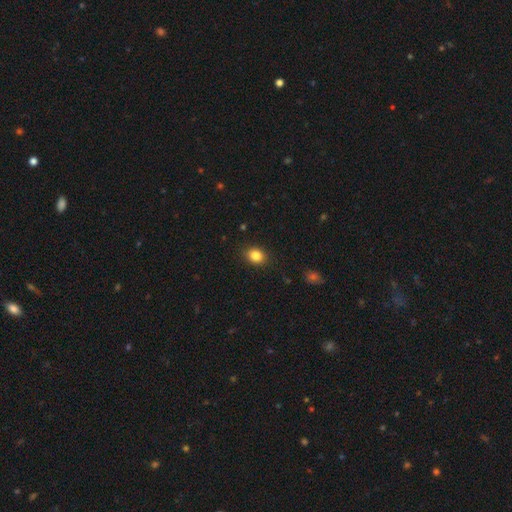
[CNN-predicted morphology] The model was most divided on "how rounded": in between: 50%, round: 49%, cigar-shaped: 1%. More confident: merging — none (87%); smooth or featured — smooth (84%).